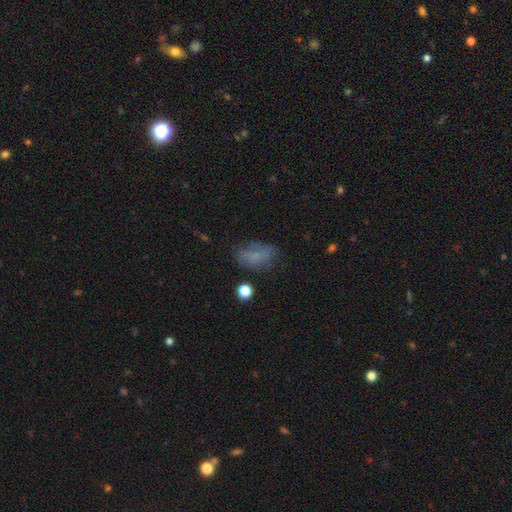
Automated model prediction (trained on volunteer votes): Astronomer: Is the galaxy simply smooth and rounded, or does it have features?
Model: smooth — 60%.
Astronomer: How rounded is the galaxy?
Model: in between — 85%.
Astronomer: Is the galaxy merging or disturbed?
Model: none — 54%.